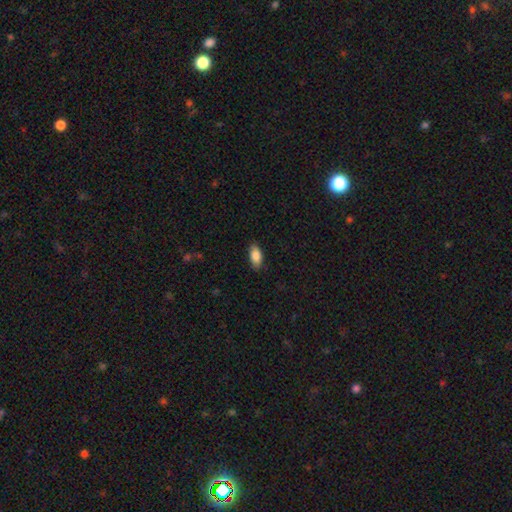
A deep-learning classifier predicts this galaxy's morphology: smooth 88%, star or artifact 7%, featured or disk 6%. Down the decision tree: how rounded — in between (92%); merging — none (85%).